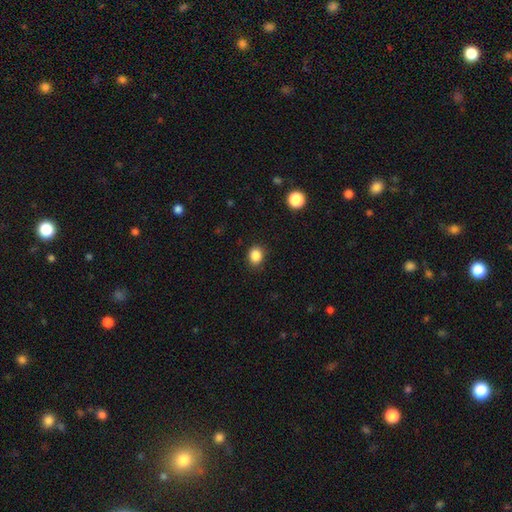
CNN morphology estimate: Smooth or featured?
  - smooth: 87% *
  - star or artifact: 10%
  - featured or disk: 3%
How rounded?
  - round: 58% *
  - in between: 41%
  - cigar-shaped: 1%
Merging?
  - none: 86% *
  - minor disturbance: 10%
  - major disturbance: 3%
  - merger: 1%